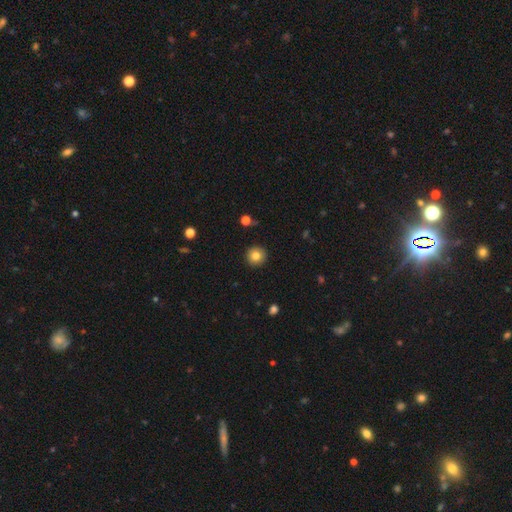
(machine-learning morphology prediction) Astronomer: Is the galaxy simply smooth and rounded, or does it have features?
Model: smooth — 82%.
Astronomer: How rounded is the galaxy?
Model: round — 95%.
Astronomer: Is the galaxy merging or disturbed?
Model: none — 92%.